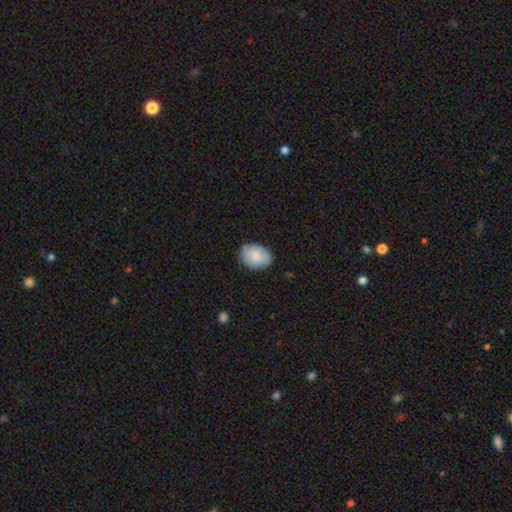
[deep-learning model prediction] The model was most divided on "how rounded": in between: 70%, round: 29%, cigar-shaped: 1%. More confident: smooth or featured — smooth (80%); merging — none (80%).